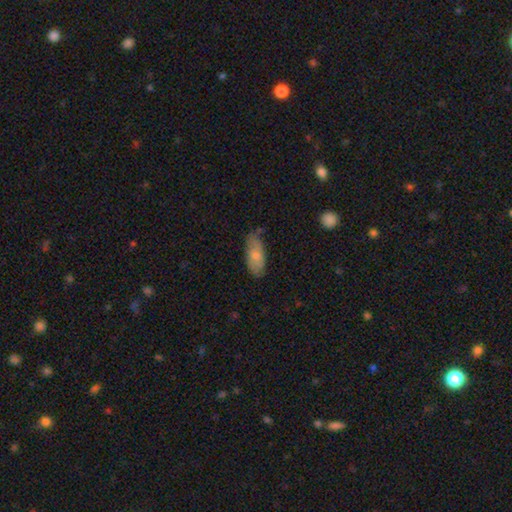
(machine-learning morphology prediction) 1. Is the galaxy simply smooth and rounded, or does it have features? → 70% smooth, 24% featured or disk, 6% star or artifact.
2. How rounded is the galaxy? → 85% in between, 12% cigar-shaped, 3% round.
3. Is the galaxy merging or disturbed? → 56% none, 33% minor disturbance, 8% major disturbance, 2% merger.